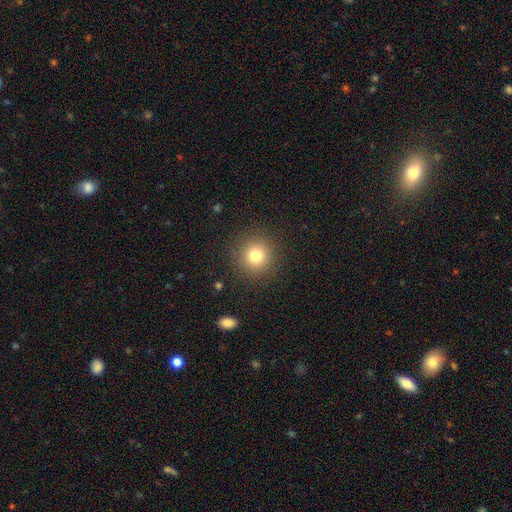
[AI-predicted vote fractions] Smooth or featured? Predicted: smooth (p=0.78). How rounded? Predicted: round (p=0.94). Merging? Predicted: none (p=0.90).